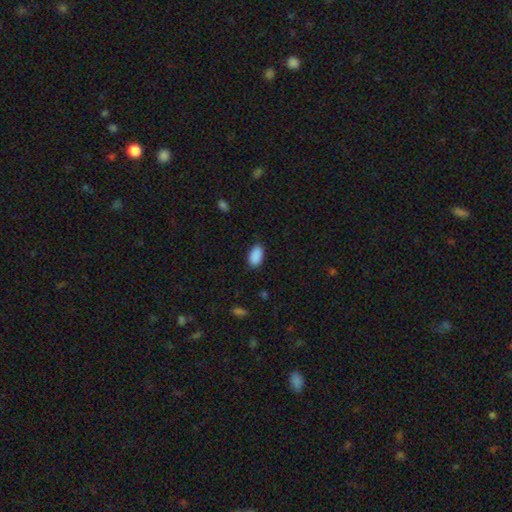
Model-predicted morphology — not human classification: Smooth or featured: smooth — 90% (star or artifact — 7%)
How rounded: in between — 94% (round — 4%)
Merging: none — 84% (minor disturbance — 12%)